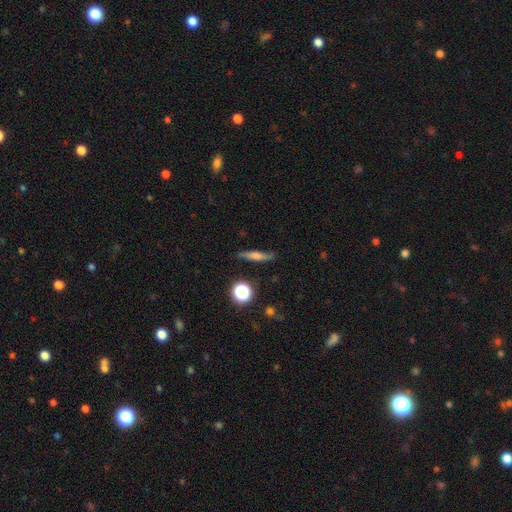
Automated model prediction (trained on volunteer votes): Smooth or featured? Predicted: smooth (p=0.51). How rounded? Predicted: cigar-shaped (p=0.80). Merging? Predicted: none (p=0.84).